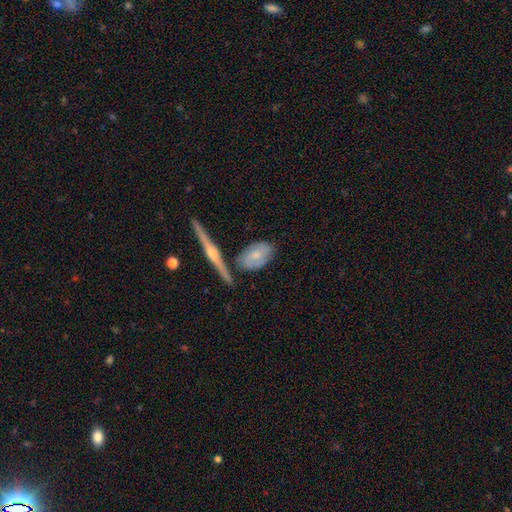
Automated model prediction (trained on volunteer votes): Smooth or featured? smooth (57%)
How rounded? in between (88%)
Merging? none (67%)